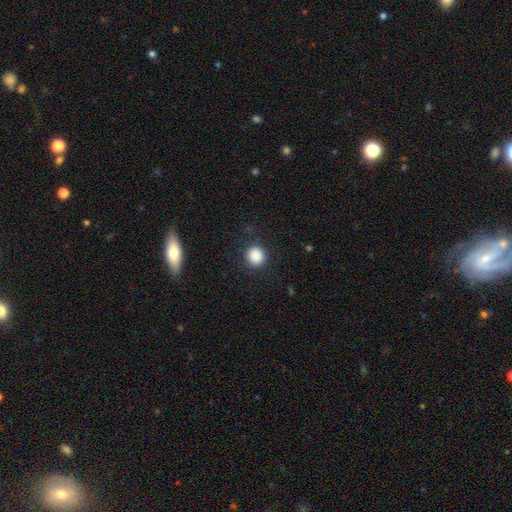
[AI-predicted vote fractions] smooth-or-featured: smooth: 87% | star or artifact: 10% | featured or disk: 3%
  how-rounded: round: 86% | in between: 13% | cigar-shaped: 1%
  merging: none: 88% | minor disturbance: 8% | major disturbance: 3% | merger: 1%